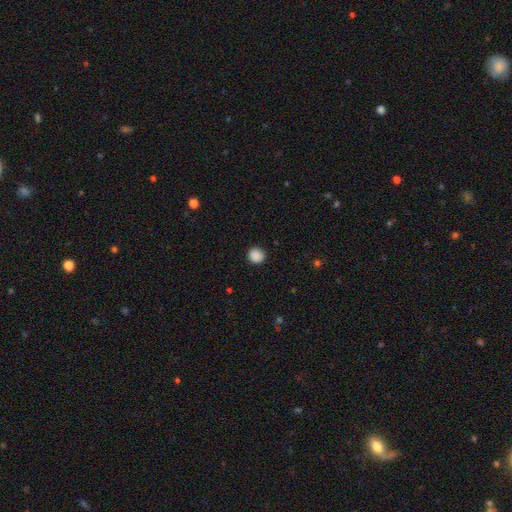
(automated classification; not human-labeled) Overall: smooth (88%). How rounded: round (91%). Merging: none (90%).